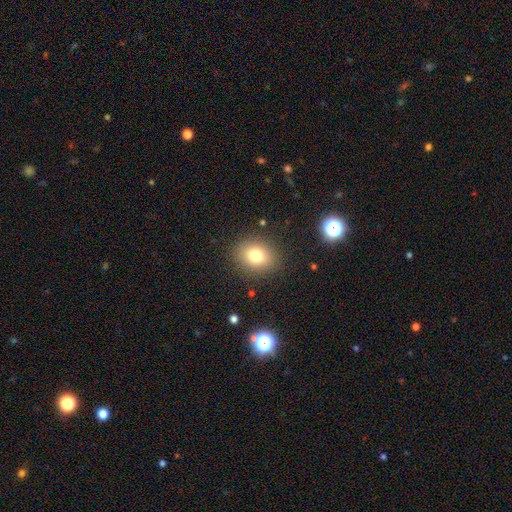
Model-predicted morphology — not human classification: Smooth or featured? Predicted: smooth (p=0.78). How rounded? Predicted: round (p=0.59). Merging? Predicted: none (p=0.86).